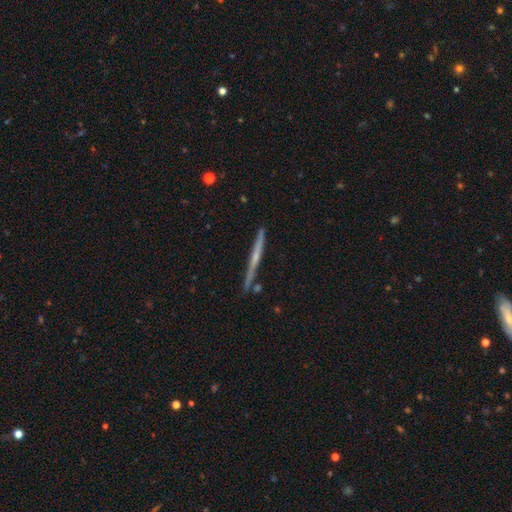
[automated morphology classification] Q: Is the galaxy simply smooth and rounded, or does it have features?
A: featured or disk — 66%.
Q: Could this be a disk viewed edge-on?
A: yes — 98%.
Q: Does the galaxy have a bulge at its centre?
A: none — 53%.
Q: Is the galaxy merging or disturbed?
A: none — 87%.